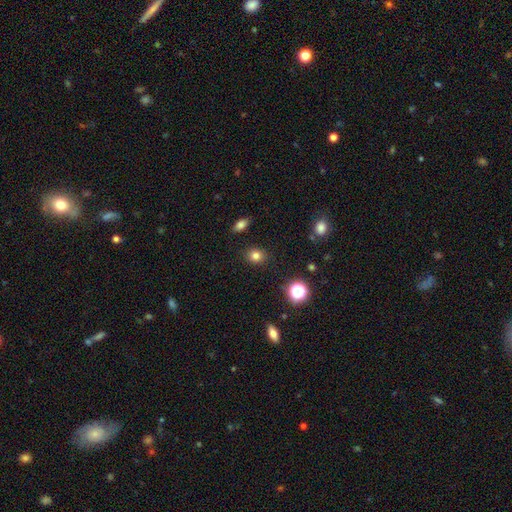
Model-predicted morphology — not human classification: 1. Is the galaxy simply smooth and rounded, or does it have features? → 80% smooth, 14% star or artifact, 6% featured or disk.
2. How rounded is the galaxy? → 65% round, 34% in between, 1% cigar-shaped.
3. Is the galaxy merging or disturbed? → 88% none, 8% minor disturbance, 2% major disturbance, 2% merger.